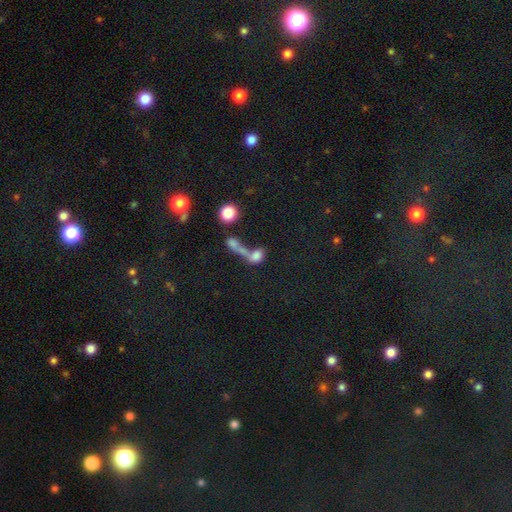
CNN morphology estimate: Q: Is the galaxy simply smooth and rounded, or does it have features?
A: smooth — 68%.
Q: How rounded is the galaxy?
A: in between — 58%.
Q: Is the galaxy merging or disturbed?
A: merger — 58%.